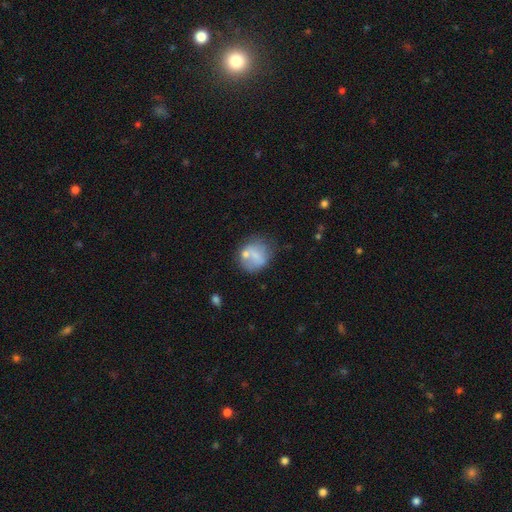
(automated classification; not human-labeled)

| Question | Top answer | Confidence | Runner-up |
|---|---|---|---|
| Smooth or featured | smooth | 63% | featured or disk (28%) |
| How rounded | round | 78% | in between (21%) |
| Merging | none | 50% | minor disturbance (21%) |